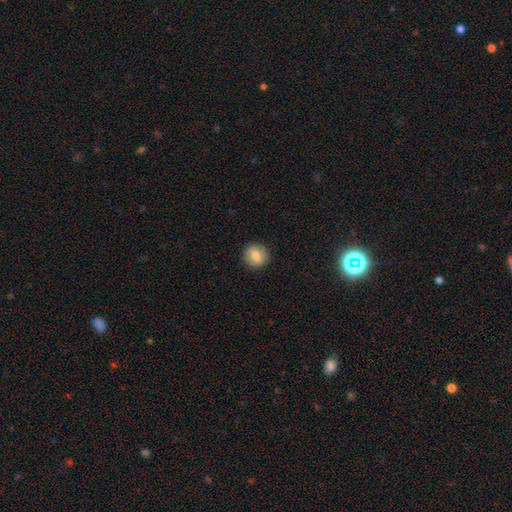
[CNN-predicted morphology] smooth-or-featured: smooth: 71% | featured or disk: 21% | star or artifact: 9%
  how-rounded: round: 89% | in between: 10% | cigar-shaped: 1%
  merging: none: 90% | minor disturbance: 7% | major disturbance: 2% | merger: 1%